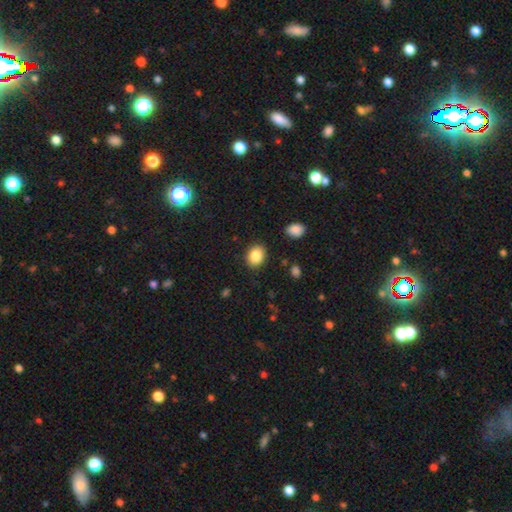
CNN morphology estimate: smooth-or-featured: smooth: 87% | star or artifact: 9% | featured or disk: 5%
  how-rounded: in between: 54% | round: 45% | cigar-shaped: 1%
  merging: none: 87% | minor disturbance: 9% | major disturbance: 3% | merger: 2%